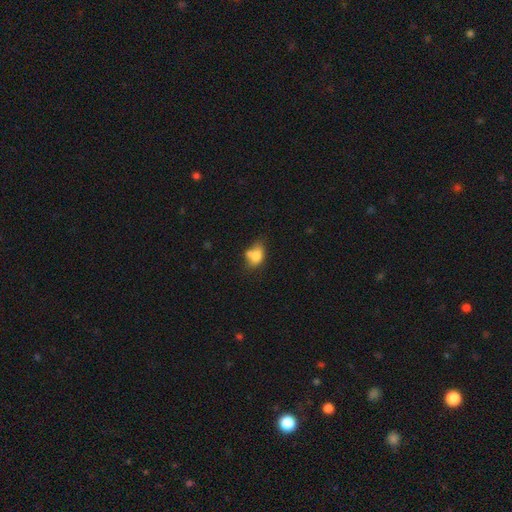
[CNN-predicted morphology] This is likely a smooth galaxy (74%). How rounded: likely in between (72%). Merging: marginally none (38%).